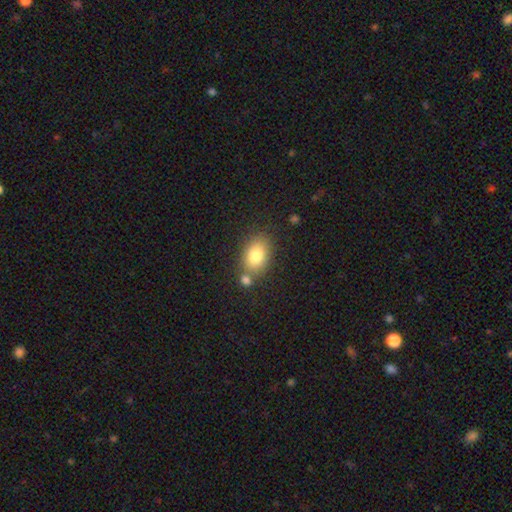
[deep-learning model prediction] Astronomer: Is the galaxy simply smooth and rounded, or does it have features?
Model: smooth — 80%.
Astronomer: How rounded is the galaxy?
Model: in between — 80%.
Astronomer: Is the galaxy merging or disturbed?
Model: none — 65%.